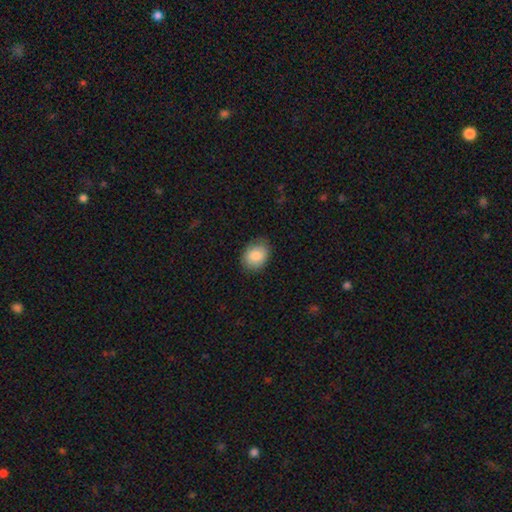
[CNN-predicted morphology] Smooth or featured: smooth — 83% (featured or disk — 9%)
How rounded: in between — 58% (round — 41%)
Merging: none — 79% (minor disturbance — 17%)